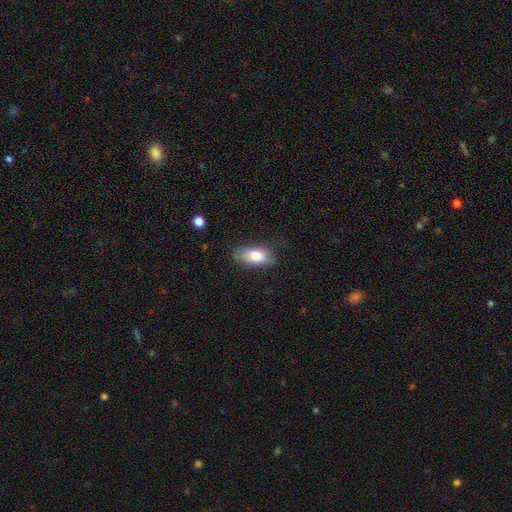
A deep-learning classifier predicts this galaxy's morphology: Smooth or featured?
  - smooth: 82% *
  - featured or disk: 11%
  - star or artifact: 7%
How rounded?
  - in between: 88% *
  - cigar-shaped: 8%
  - round: 4%
Merging?
  - none: 74% *
  - minor disturbance: 19%
  - major disturbance: 5%
  - merger: 1%